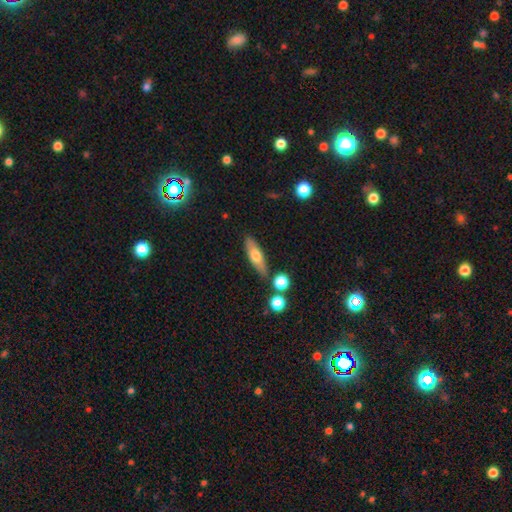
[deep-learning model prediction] smooth 61%, featured or disk 32%, star or artifact 7%. Down the decision tree: how rounded — cigar-shaped (51%); merging — none (77%).